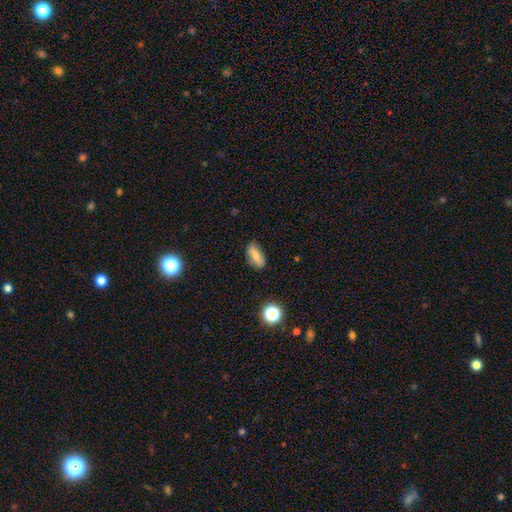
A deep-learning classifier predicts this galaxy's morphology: smooth-or-featured: smooth: 74% | featured or disk: 16% | star or artifact: 10%
  how-rounded: in between: 84% | cigar-shaped: 10% | round: 6%
  merging: none: 82% | minor disturbance: 13% | major disturbance: 3% | merger: 2%